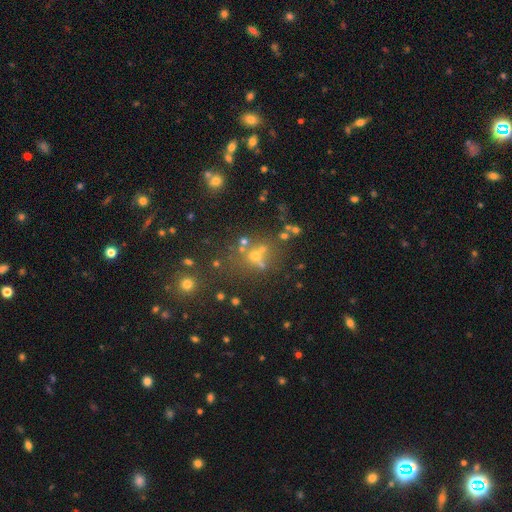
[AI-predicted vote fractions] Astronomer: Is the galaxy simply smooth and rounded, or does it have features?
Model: smooth — 43% (runner-up: star or artifact, 38%).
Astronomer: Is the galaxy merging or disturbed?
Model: none — 52% (runner-up: merger, 28%).